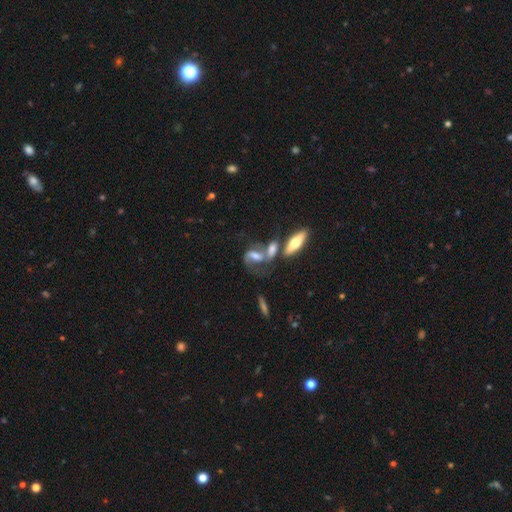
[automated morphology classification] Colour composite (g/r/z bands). It shows a featured or disk galaxy (71%) with a weak bar (39%), 2 (85%) loose (44%) spiral arms (89%) and a moderate central bulge (55%). Merging: none (38%).